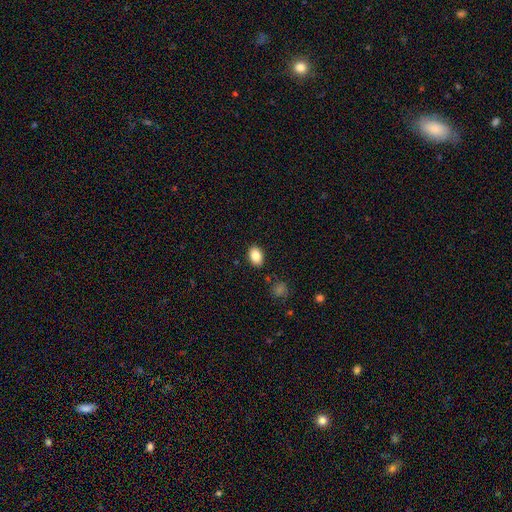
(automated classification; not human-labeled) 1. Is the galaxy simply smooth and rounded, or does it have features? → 85% smooth, 8% star or artifact, 7% featured or disk.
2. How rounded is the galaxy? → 84% in between, 15% round, 1% cigar-shaped.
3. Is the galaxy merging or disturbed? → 87% none, 9% minor disturbance, 2% major disturbance, 2% merger.